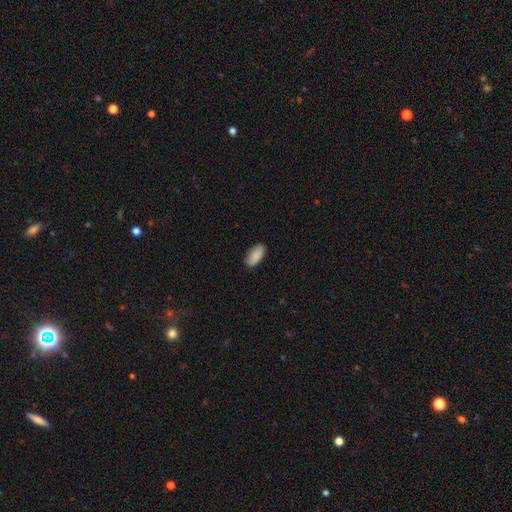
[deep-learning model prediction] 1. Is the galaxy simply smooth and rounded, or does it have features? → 88% smooth, 6% star or artifact, 6% featured or disk.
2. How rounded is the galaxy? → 92% in between, 6% cigar-shaped, 2% round.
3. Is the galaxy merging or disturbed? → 83% none, 14% minor disturbance, 2% major disturbance, 1% merger.